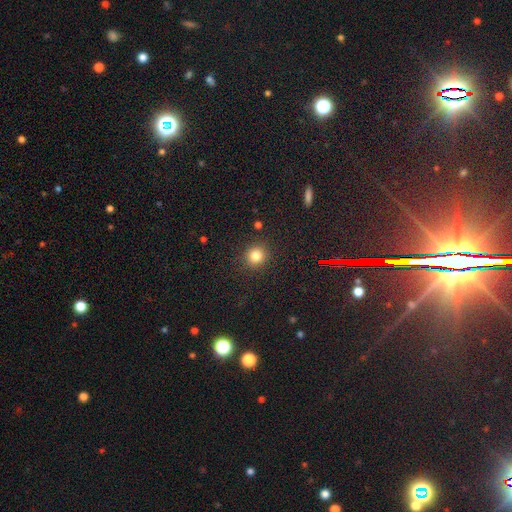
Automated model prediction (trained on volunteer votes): Morphology: type=smooth (82%); roundness=round (91%); merging=none (89%).